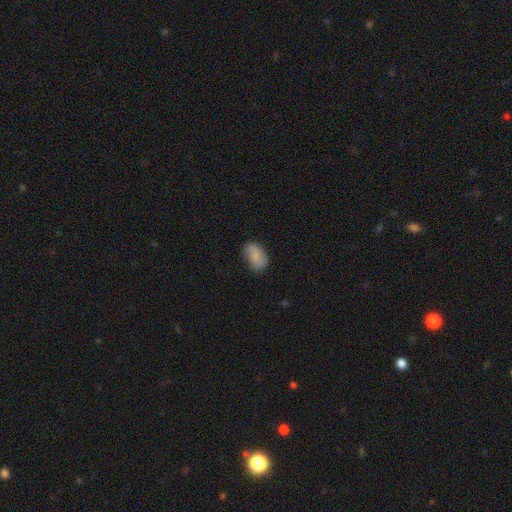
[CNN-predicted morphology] Smooth or featured?
  - smooth: 79% *
  - featured or disk: 14%
  - star or artifact: 7%
How rounded?
  - in between: 91% *
  - round: 8%
  - cigar-shaped: 2%
Merging?
  - none: 76% *
  - minor disturbance: 19%
  - major disturbance: 4%
  - merger: 1%